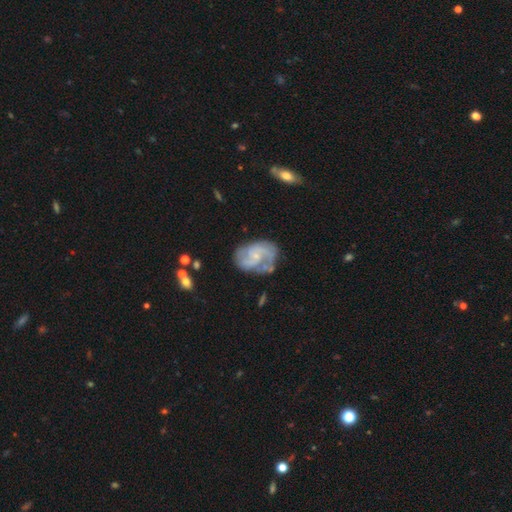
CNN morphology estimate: This is clearly a featured or disk galaxy (81%). It is clearly not viewed edge-on (98%). Bar: likely no (60%). Spiral arm pattern: clearly yes (93%). Spiral arm count: likely 2 (66%). Spiral winding: possibly medium (50%). Central bulge: likely small (73%). Merging: likely none (64%).